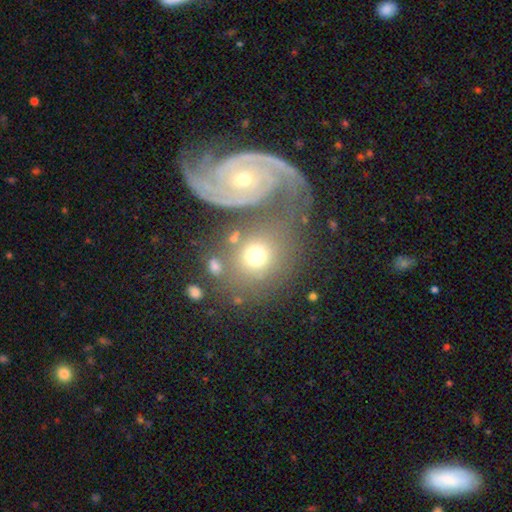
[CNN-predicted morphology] Smooth or featured? Predicted: smooth (p=0.63). How rounded? Predicted: round (p=0.71). Merging? Predicted: none (p=0.46).